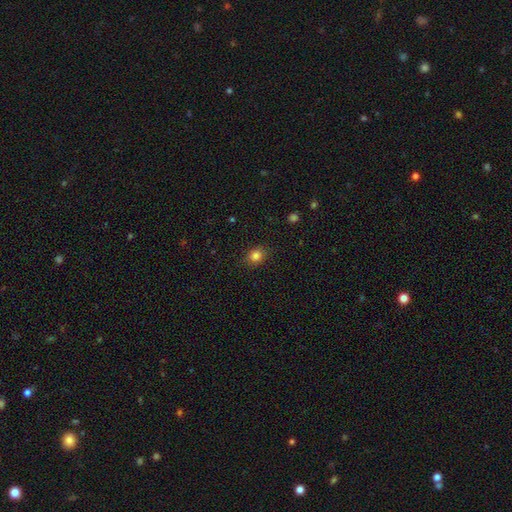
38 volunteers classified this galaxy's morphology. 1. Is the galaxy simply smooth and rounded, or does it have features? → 84% smooth, 8% featured or disk, 8% star or artifact.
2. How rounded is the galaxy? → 84% round, 16% in between, 0% cigar-shaped.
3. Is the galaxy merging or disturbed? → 89% none, 11% minor disturbance, 0% major disturbance, 0% merger.